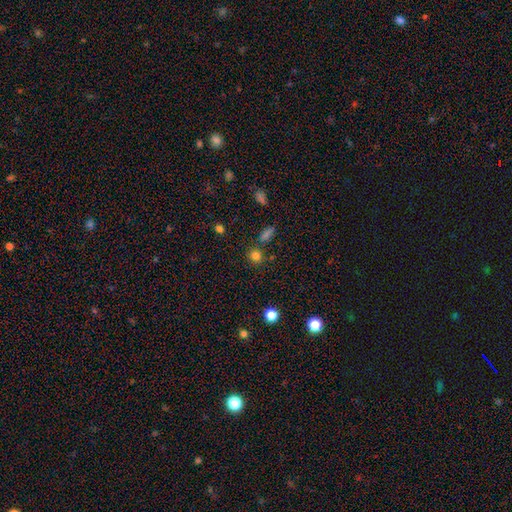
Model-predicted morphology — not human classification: Overall: smooth (79%). How rounded: round (88%). Merging: none (78%).